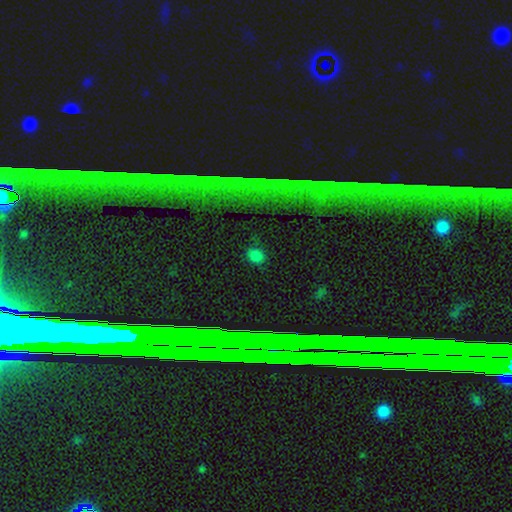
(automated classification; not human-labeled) smooth 74%, star or artifact 21%, featured or disk 5%. Down the decision tree: how rounded — round (66%); merging — none (83%).